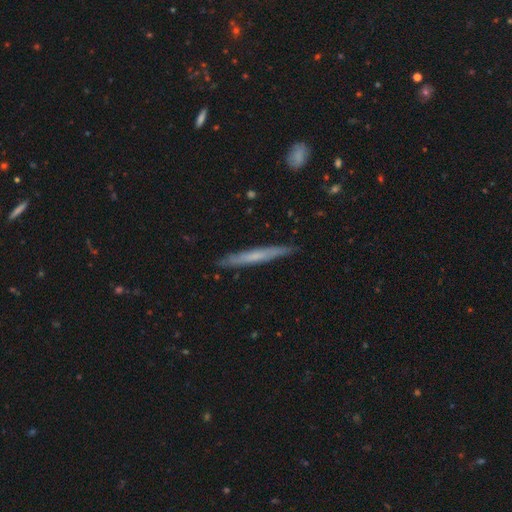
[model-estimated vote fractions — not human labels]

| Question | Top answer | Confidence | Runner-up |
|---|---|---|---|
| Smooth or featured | featured or disk | 47% | tied: smooth (47%) |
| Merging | none | 89% | minor disturbance (9%) |